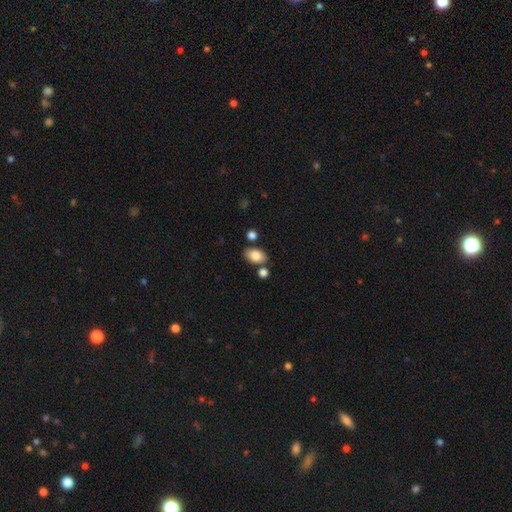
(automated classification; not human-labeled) Smooth or featured?
  - smooth: 83% *
  - featured or disk: 9%
  - star or artifact: 8%
How rounded?
  - in between: 88% *
  - round: 10%
  - cigar-shaped: 1%
Merging?
  - none: 77% *
  - minor disturbance: 11%
  - merger: 9%
  - major disturbance: 3%